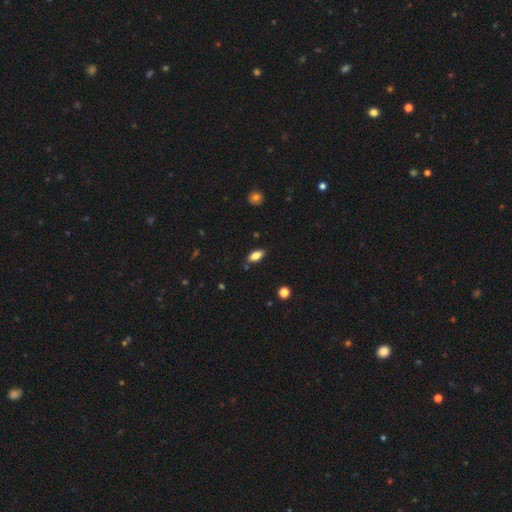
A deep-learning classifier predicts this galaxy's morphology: Smooth or featured?
  - smooth: 82% *
  - featured or disk: 10%
  - star or artifact: 8%
How rounded?
  - in between: 89% *
  - cigar-shaped: 8%
  - round: 3%
Merging?
  - none: 85% *
  - minor disturbance: 11%
  - major disturbance: 2%
  - merger: 2%